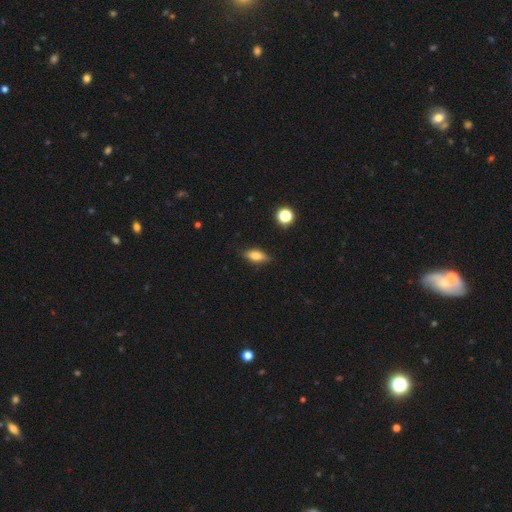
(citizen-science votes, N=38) Morphology: type=smooth (82%); roundness=in between (84%); merging=none (84%).